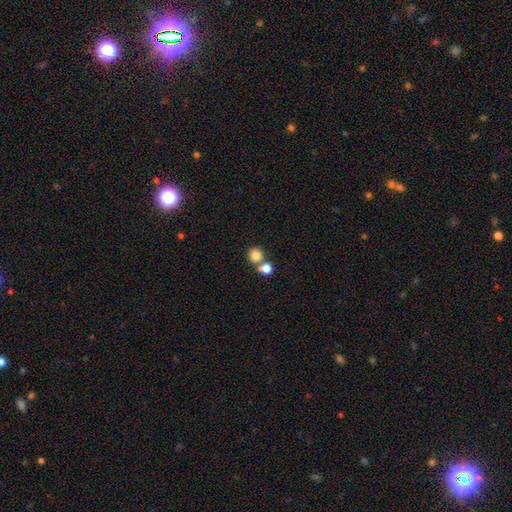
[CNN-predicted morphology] The model was most divided on "merging": none: 59%, merger: 32%, minor disturbance: 6%, major disturbance: 3%. More confident: how rounded — round (90%); smooth or featured — smooth (81%).